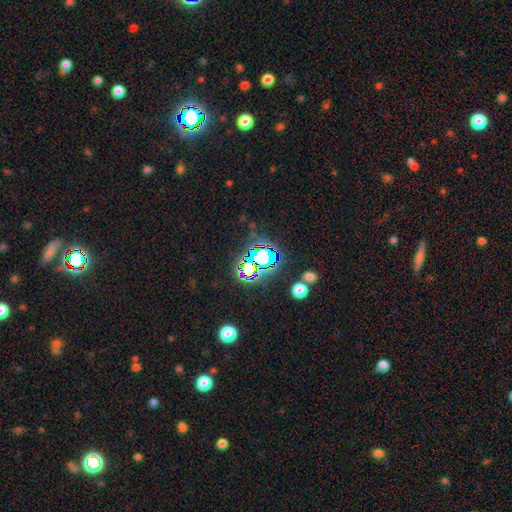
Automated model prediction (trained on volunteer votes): This appears to be a star or artifact, not a galaxy (65%).